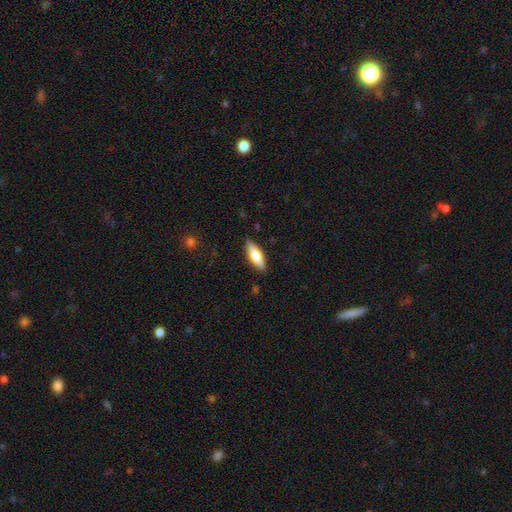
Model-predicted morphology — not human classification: This appears to be a smooth galaxy with no disk features (71%) that is in between round and cigar-shaped (56%). Merging: none (87%).